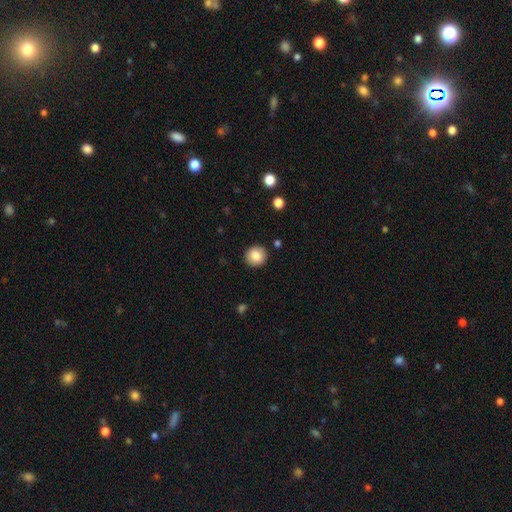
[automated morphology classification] Overall: smooth (85%). How rounded: round (91%). Merging: none (91%).